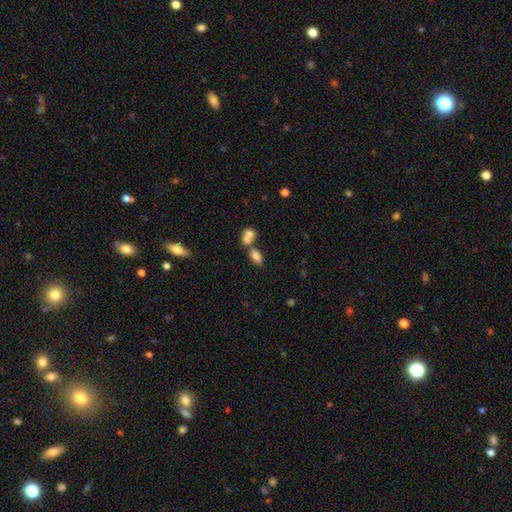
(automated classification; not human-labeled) Smooth or featured? Predicted: smooth (p=0.76). How rounded? Predicted: in between (p=0.86). Merging? Predicted: merger (p=0.49).